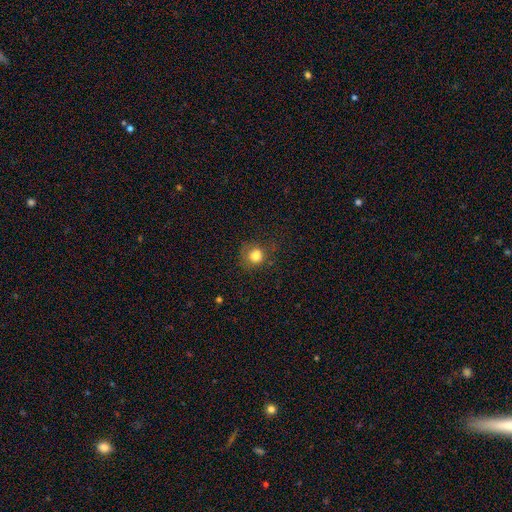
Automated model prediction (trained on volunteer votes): This is clearly a smooth galaxy (80%). How rounded: clearly round (84%). Merging: likely none (70%).